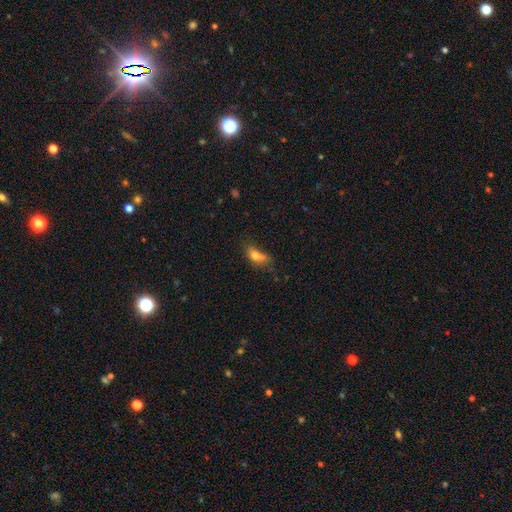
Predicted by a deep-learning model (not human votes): smooth-or-featured: smooth: 70% | featured or disk: 19% | star or artifact: 12%
  how-rounded: in between: 73% | round: 18% | cigar-shaped: 9%
  merging: merger: 40% | none: 29% | minor disturbance: 19% | major disturbance: 12%